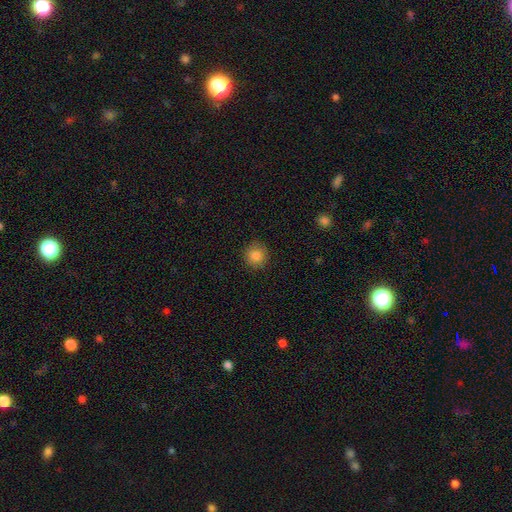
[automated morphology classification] A smooth galaxy with no disk features (85%) that is round (92%). Merging: none (89%).